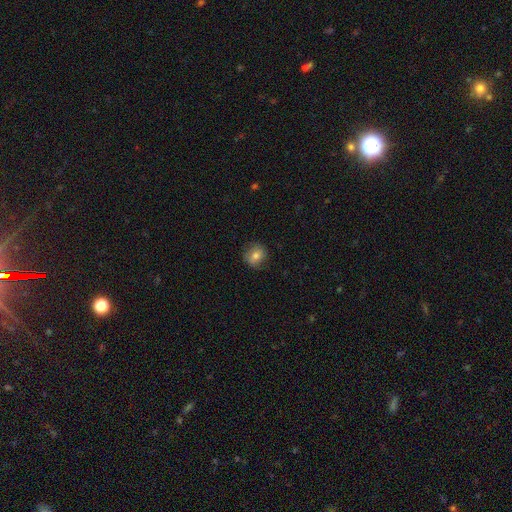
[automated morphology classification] smooth 72%, featured or disk 18%, star or artifact 10%. Down the decision tree: how rounded — round (81%); merging — none (81%).